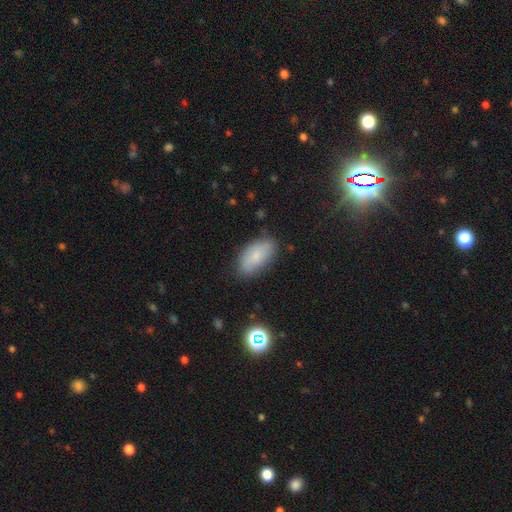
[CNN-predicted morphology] This appears to be a smooth galaxy with no disk features (78%) that is in between round and cigar-shaped (92%). Merging: none (79%).